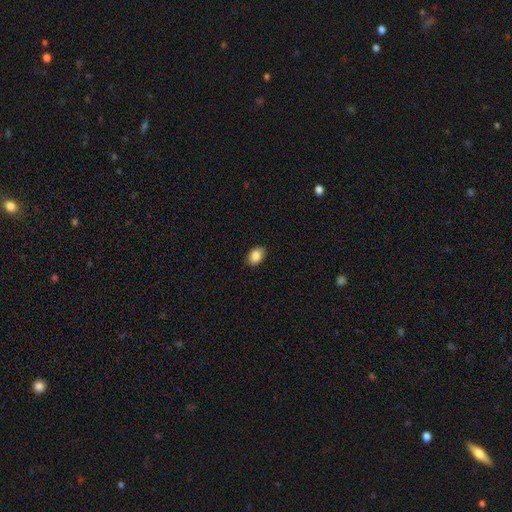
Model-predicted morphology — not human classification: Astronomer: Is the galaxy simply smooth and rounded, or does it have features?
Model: smooth — 87%.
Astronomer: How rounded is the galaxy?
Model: in between — 83%.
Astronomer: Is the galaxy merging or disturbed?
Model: none — 86%.